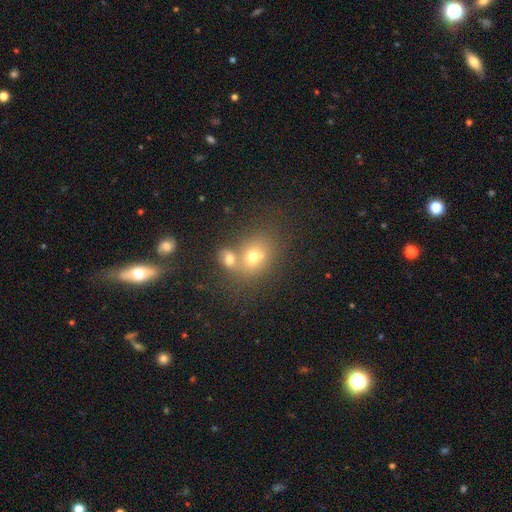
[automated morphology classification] Smooth or featured?
  - smooth: 59% *
  - star or artifact: 22%
  - featured or disk: 19%
How rounded?
  - round: 59% *
  - in between: 40%
  - cigar-shaped: 2%
Merging?
  - none: 53% *
  - merger: 33%
  - minor disturbance: 10%
  - major disturbance: 4%